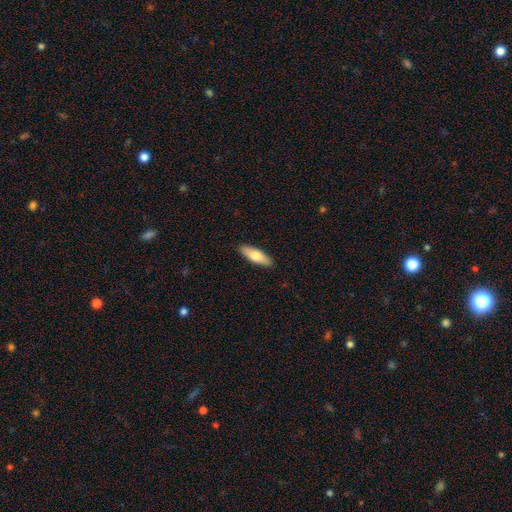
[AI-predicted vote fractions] smooth_or_featured: smooth (p=0.71) [alt: featured or disk p=0.23]
how_rounded: in between (p=0.58) [alt: cigar-shaped p=0.40]
merging: none (p=0.90) [alt: minor disturbance p=0.08]